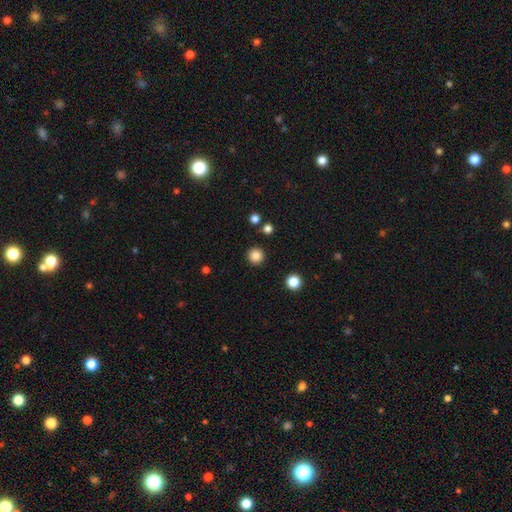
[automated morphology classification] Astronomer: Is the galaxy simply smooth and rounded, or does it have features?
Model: smooth — 85%.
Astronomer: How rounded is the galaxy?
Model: round — 96%.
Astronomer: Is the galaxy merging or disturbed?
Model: none — 92%.